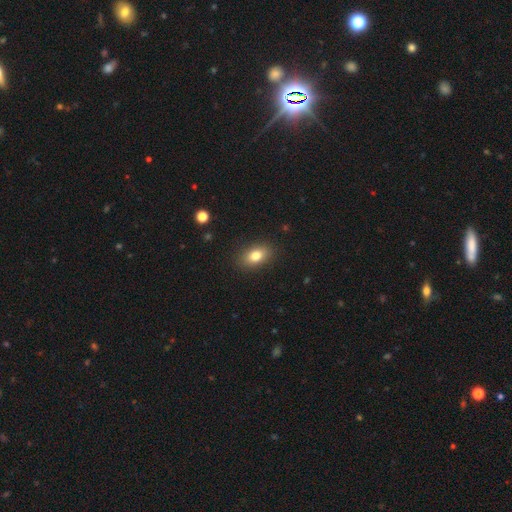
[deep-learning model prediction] Smooth or featured? Predicted: smooth (p=0.80). How rounded? Predicted: in between (p=0.83). Merging? Predicted: none (p=0.87).